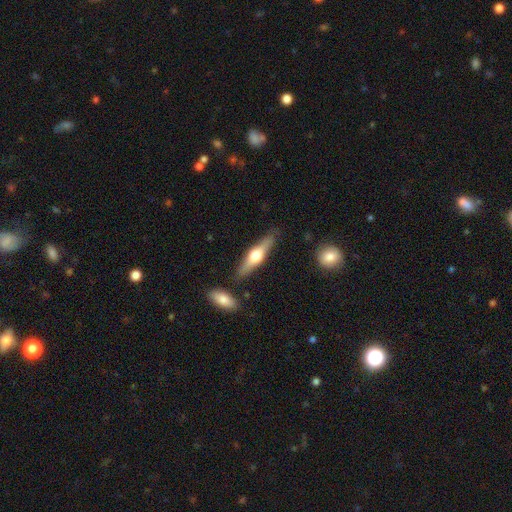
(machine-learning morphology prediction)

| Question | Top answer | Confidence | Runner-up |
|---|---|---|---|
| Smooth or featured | featured or disk | 60% | smooth (35%) |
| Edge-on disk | yes | 95% | no (5%) |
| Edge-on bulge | rounded | 93% | boxy (5%) |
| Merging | none | 83% | minor disturbance (10%) |